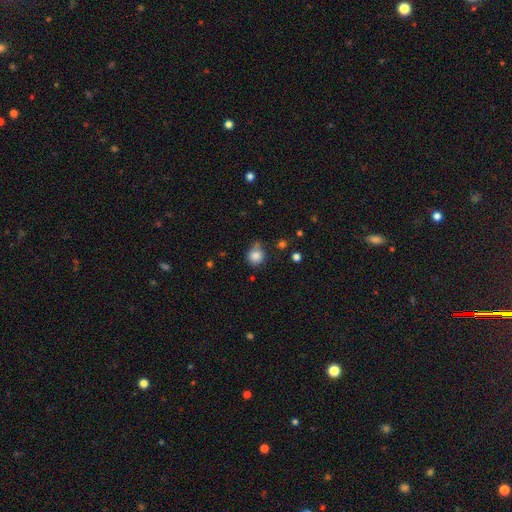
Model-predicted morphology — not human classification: Smooth or featured: smooth — 83% (star or artifact — 11%)
How rounded: round — 86% (in between — 13%)
Merging: none — 59% (minor disturbance — 25%)